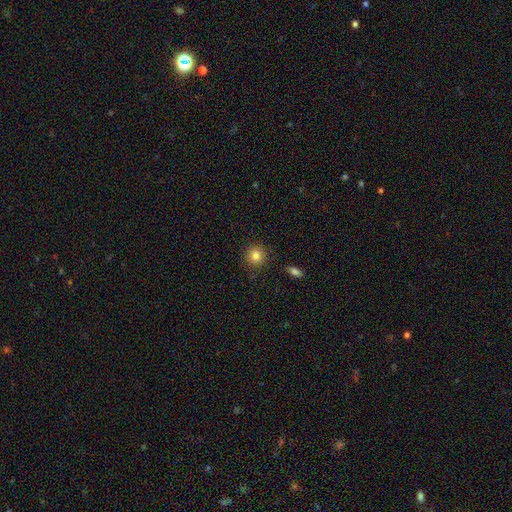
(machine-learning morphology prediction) Smooth or featured?
  - smooth: 83% *
  - star or artifact: 11%
  - featured or disk: 6%
How rounded?
  - round: 92% *
  - in between: 7%
  - cigar-shaped: 1%
Merging?
  - none: 88% *
  - minor disturbance: 8%
  - major disturbance: 2%
  - merger: 2%